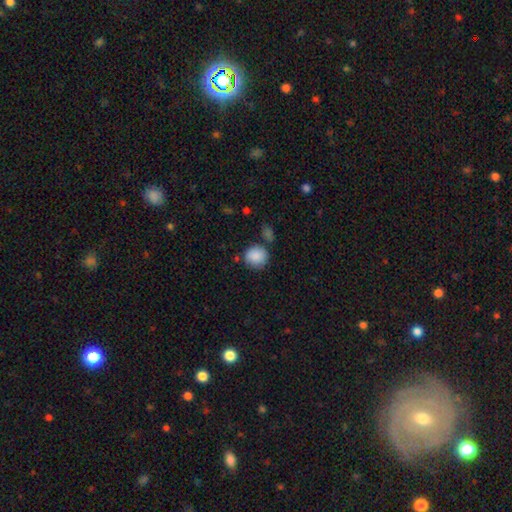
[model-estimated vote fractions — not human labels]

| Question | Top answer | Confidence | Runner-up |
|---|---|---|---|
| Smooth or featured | smooth | 88% | star or artifact (7%) |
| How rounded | round | 84% | in between (15%) |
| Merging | none | 73% | minor disturbance (15%) |